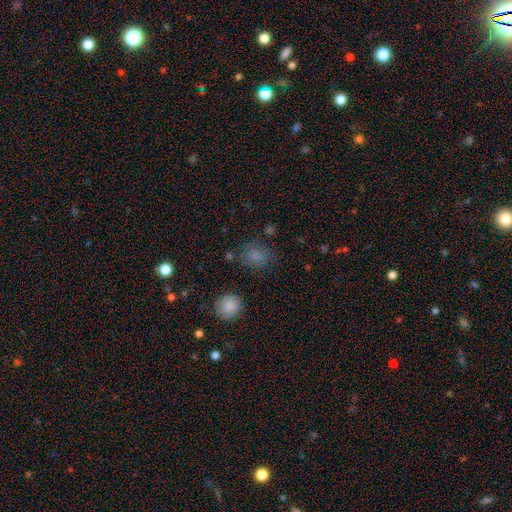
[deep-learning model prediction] A smooth galaxy with no disk features (77%) that is round (58%).

Vote fractions:
- Smooth or featured? smooth: 77% / star or artifact: 16% / featured or disk: 7%
- How rounded? round: 58% / in between: 41% / cigar-shaped: 1%
- Merging? none: 71% / minor disturbance: 18% / major disturbance: 8% / merger: 4%